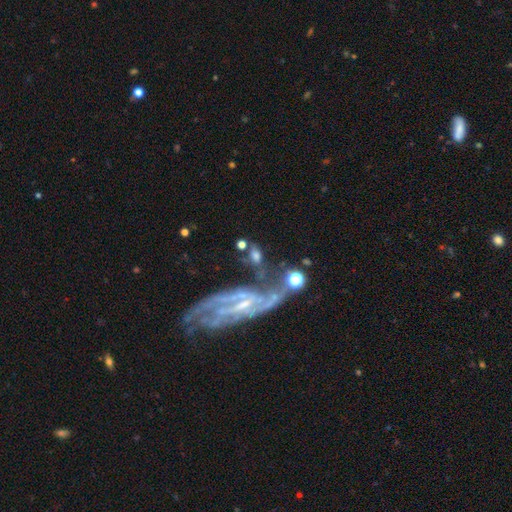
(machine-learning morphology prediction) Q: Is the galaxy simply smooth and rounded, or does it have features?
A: featured or disk — 47%.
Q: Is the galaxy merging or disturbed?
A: none — 41%.